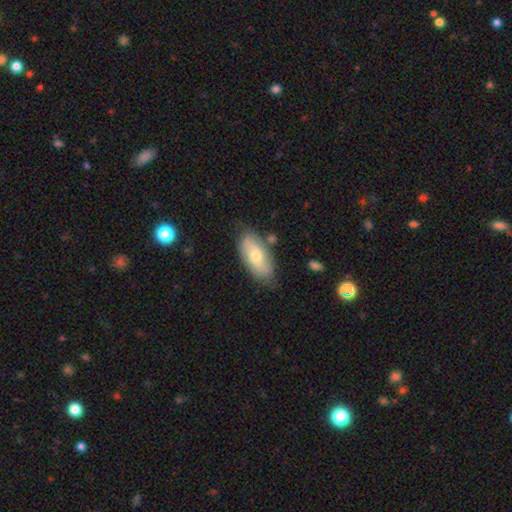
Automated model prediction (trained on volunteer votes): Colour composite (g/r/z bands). It shows a smooth galaxy with no disk features (59%) that is in between round and cigar-shaped (88%). Merging: none (74%).